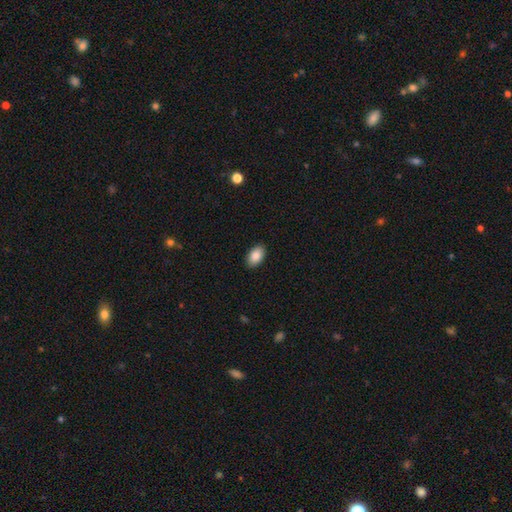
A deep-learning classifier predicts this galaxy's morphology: A smooth galaxy with no disk features (88%) that is in between round and cigar-shaped (93%). Merging: none (90%).